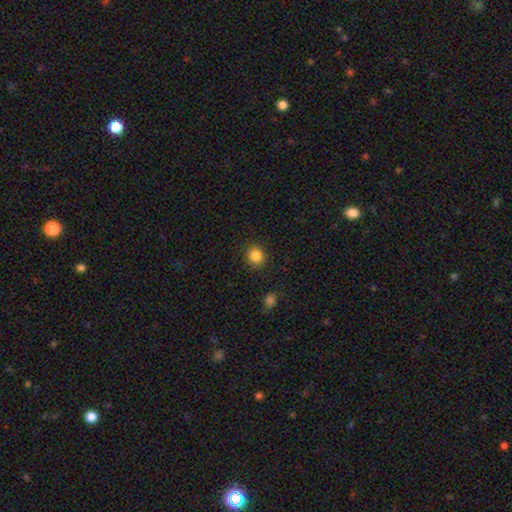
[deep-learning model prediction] A smooth galaxy with no disk features (85%) that is round (88%). Merging: none (90%).